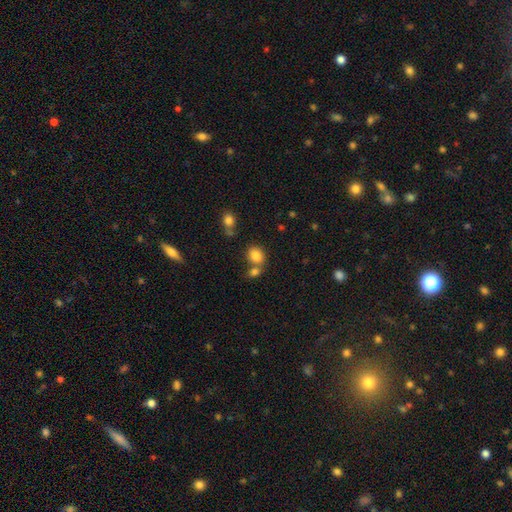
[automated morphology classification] Smooth or featured?
  - smooth: 83% *
  - star or artifact: 10%
  - featured or disk: 7%
How rounded?
  - round: 51% *
  - in between: 48%
  - cigar-shaped: 1%
Merging?
  - none: 56% *
  - merger: 29%
  - minor disturbance: 11%
  - major disturbance: 4%